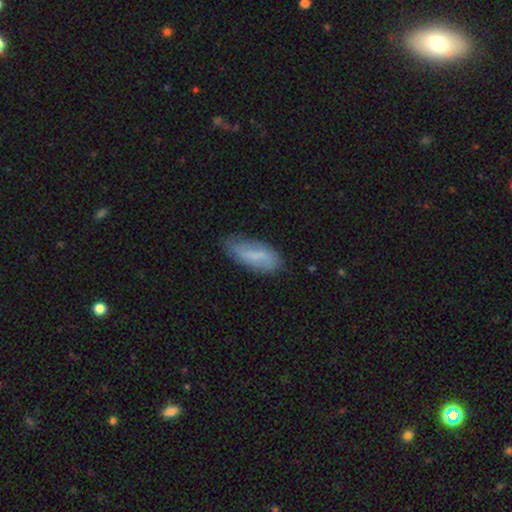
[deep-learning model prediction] smooth-or-featured: smooth: 65% | featured or disk: 27% | star or artifact: 7%
  how-rounded: in between: 75% | cigar-shaped: 23% | round: 2%
  merging: none: 71% | minor disturbance: 22% | major disturbance: 6% | merger: 2%